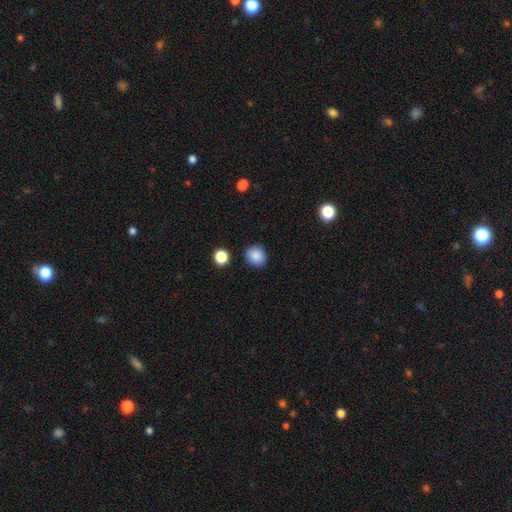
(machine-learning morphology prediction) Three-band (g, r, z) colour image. It shows a smooth galaxy with no disk features (88%) that is round (76%). Merging: none (87%).